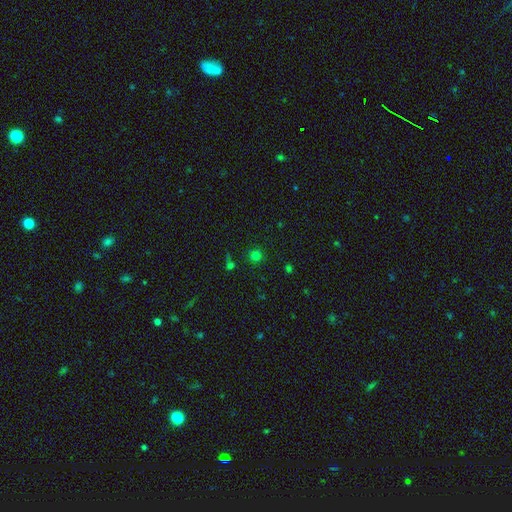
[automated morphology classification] Overall: smooth (71%). How rounded: round (93%). Merging: none (84%).